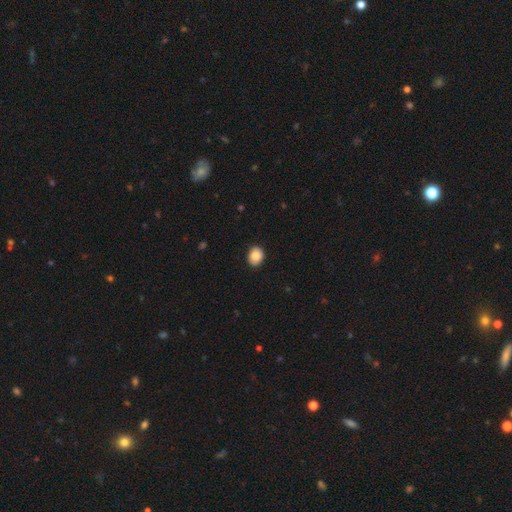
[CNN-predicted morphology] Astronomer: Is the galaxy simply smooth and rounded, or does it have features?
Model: smooth — 87%.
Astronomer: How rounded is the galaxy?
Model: round — 54% (runner-up: in between, 45%).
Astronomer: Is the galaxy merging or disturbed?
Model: none — 87%.